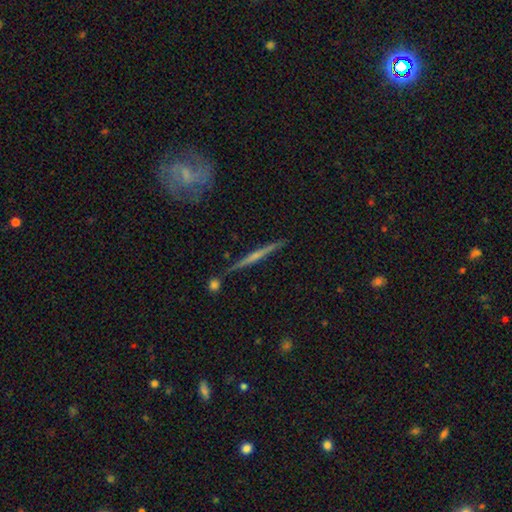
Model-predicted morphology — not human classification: A featured or disk galaxy (66%) viewed edge-on (97%) with no central bulge (61%). Merging: none (85%).